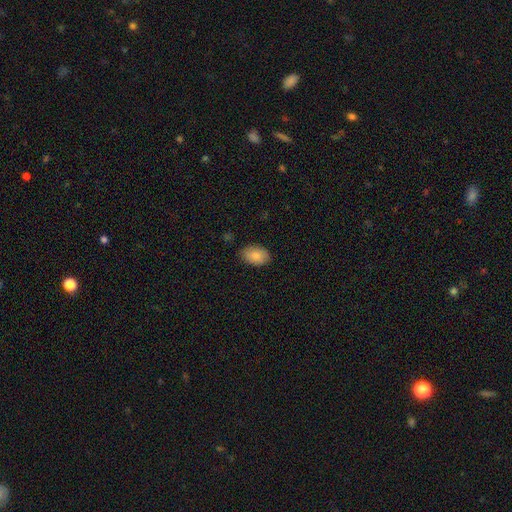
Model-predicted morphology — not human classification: Smooth or featured: smooth — 88% (star or artifact — 6%)
How rounded: in between — 91% (round — 7%)
Merging: none — 85% (minor disturbance — 11%)